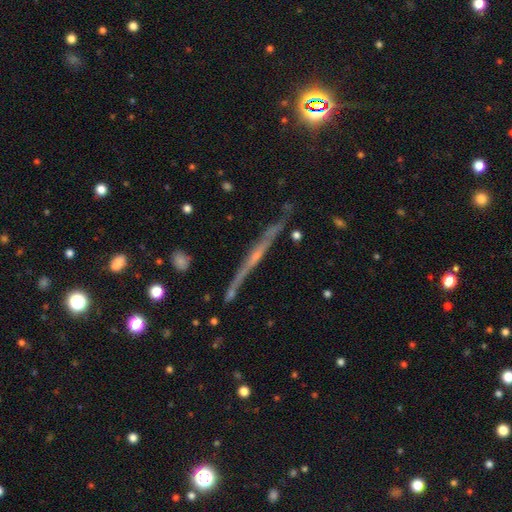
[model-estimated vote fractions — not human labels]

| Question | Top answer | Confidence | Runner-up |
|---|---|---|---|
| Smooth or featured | featured or disk | 74% | smooth (17%) |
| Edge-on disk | yes | 95% | no (5%) |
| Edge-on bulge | none | 54% | rounded (35%) |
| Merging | none | 77% | minor disturbance (15%) |